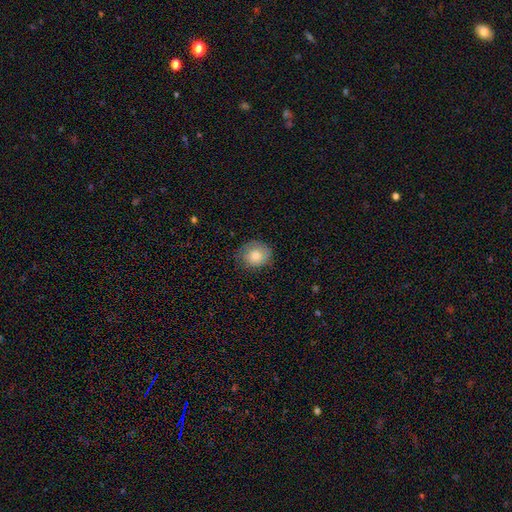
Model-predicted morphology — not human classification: Overall: smooth (80%). How rounded: round (70%). Merging: none (71%).